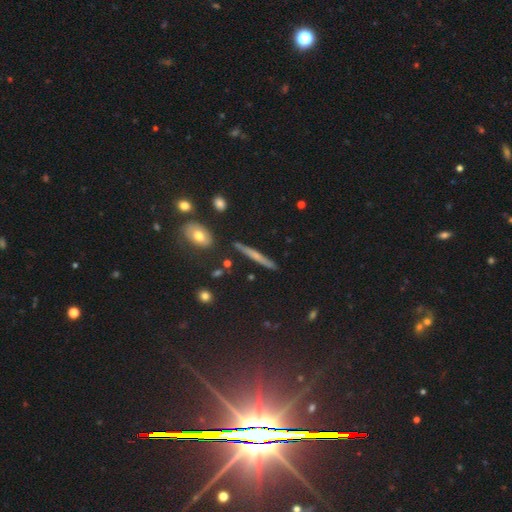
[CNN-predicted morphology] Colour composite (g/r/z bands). It shows a featured or disk galaxy (45%). Merging: none (87%).